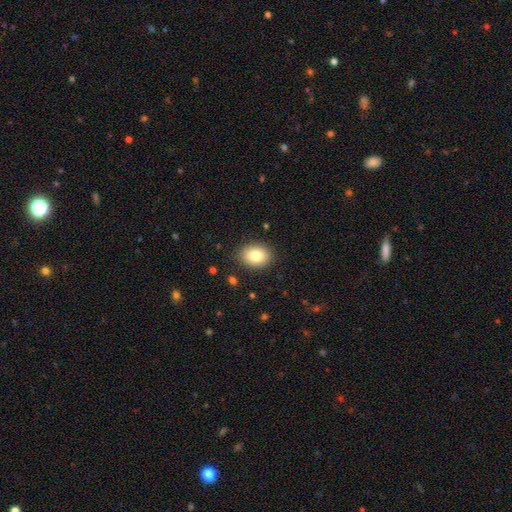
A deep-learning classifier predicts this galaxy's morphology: Q: Smooth or featured?
A: smooth (82%); runner-up: featured or disk (10%)
Q: How rounded?
A: in between (62%); runner-up: round (37%)
Q: Merging?
A: none (88%); runner-up: minor disturbance (9%)